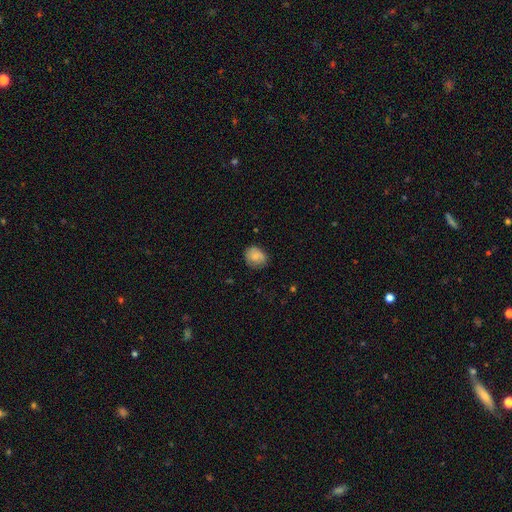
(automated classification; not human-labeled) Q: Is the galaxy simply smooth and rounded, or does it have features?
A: smooth — 77%.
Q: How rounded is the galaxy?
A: round — 65%.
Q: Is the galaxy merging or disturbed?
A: none — 72%.